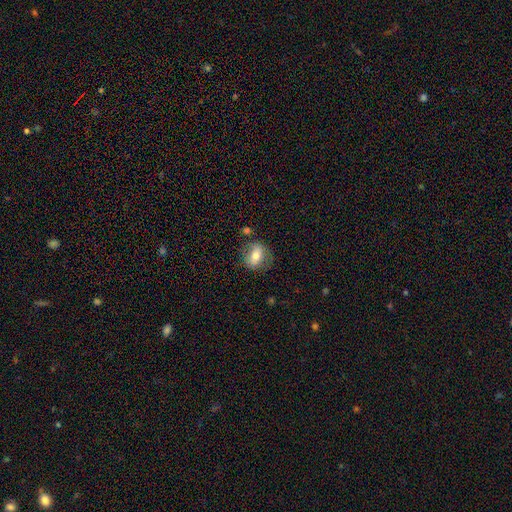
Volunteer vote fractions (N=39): Morphology: type=smooth (62%); roundness=round (50%); merging=none (61%).